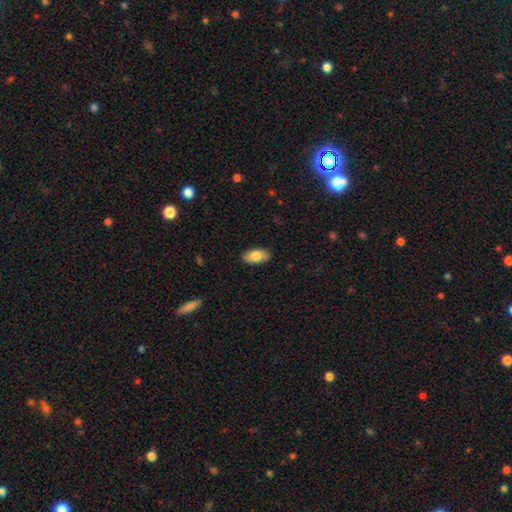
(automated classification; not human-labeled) A smooth galaxy with no disk features (84%) that is in between round and cigar-shaped (93%). Merging: none (89%).